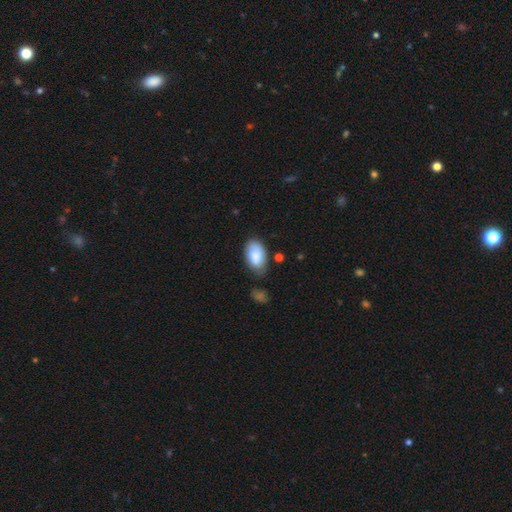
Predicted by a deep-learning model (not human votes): This appears to be a smooth galaxy with no disk features (82%) that is in between round and cigar-shaped (94%). Merging: none (67%).